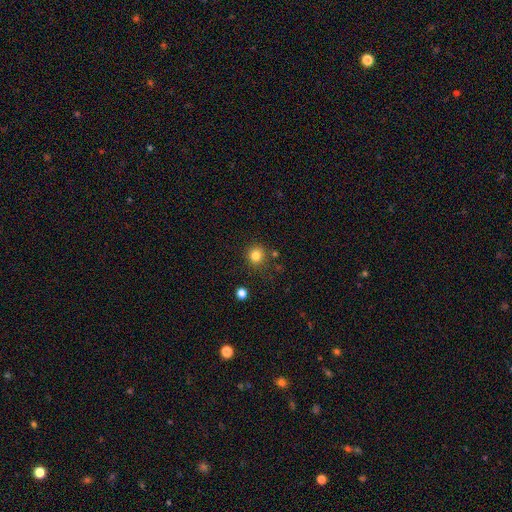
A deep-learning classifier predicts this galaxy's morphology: A smooth galaxy with no disk features (82%) that is round (90%).

Vote fractions:
- Smooth or featured? smooth: 82% / star or artifact: 13% / featured or disk: 5%
- How rounded? round: 90% / in between: 9% / cigar-shaped: 1%
- Merging? none: 83% / minor disturbance: 10% / merger: 4% / major disturbance: 3%